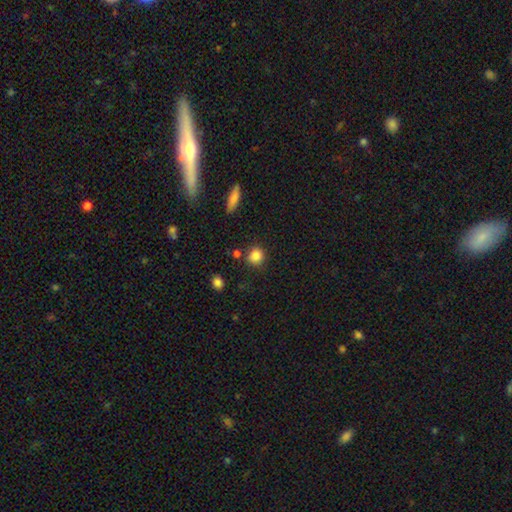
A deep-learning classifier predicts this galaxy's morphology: type=smooth (85%); roundness=round (85%); merging=none (80%).